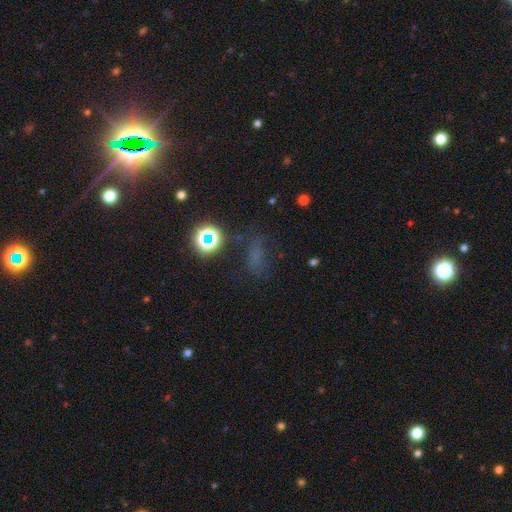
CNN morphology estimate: Q: Smooth or featured?
A: star or artifact (45%); runner-up: smooth (41%)